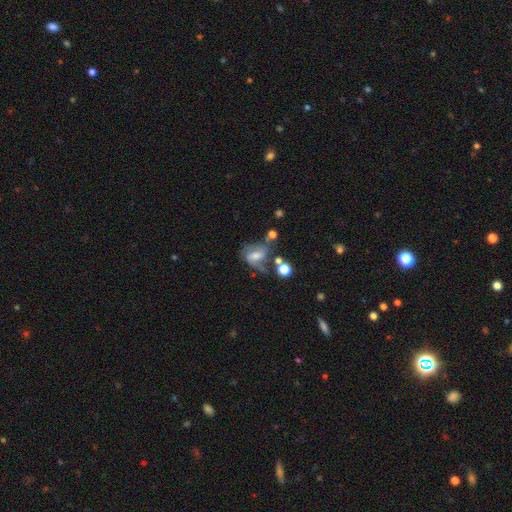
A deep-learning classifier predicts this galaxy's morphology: smooth-or-featured: featured or disk: 54% | smooth: 34% | star or artifact: 12%
  disk-edge-on: no: 96% | yes: 4%
    bar: weak: 44% | no: 32% | strong: 24%
    has-spiral-arms: yes: 78% | no: 22%
    bulge-size: moderate: 49% | small: 30% | large: 10% | none: 8% | dominant: 2%
  merging: none: 38% | major disturbance: 25% | minor disturbance: 22% | merger: 15%